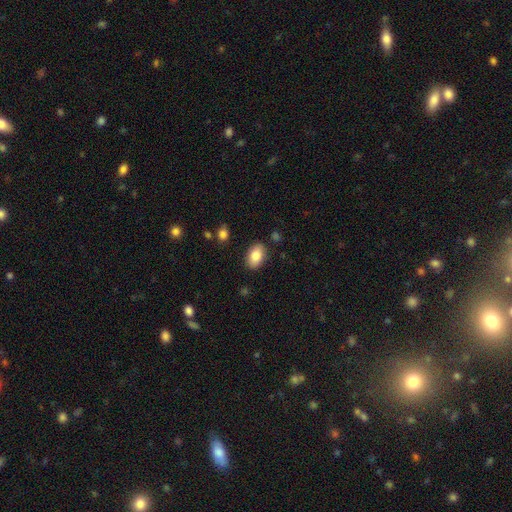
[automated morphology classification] Smooth or featured: smooth — 83% (featured or disk — 10%)
How rounded: in between — 90% (round — 8%)
Merging: none — 87% (minor disturbance — 9%)